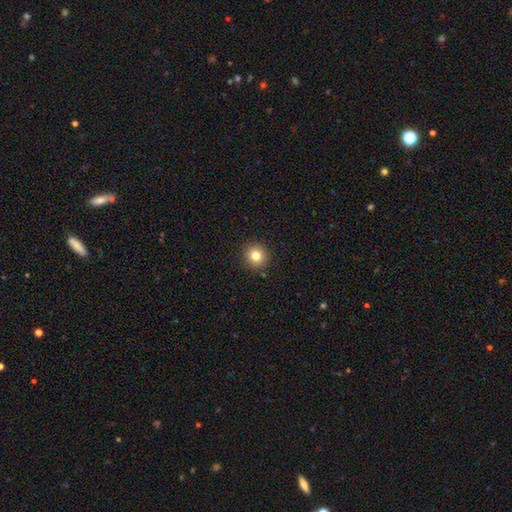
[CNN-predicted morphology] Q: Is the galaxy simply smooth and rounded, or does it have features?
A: smooth — 80%.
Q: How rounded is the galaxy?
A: round — 94%.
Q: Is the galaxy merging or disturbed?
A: none — 92%.